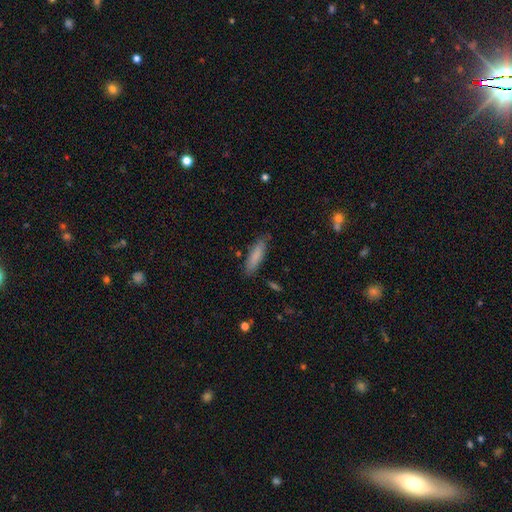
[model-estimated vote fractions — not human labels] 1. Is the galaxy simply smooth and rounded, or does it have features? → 82% smooth, 12% featured or disk, 6% star or artifact.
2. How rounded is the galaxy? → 67% cigar-shaped, 31% in between, 1% round.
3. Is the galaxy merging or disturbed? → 81% none, 14% minor disturbance, 3% major disturbance, 2% merger.